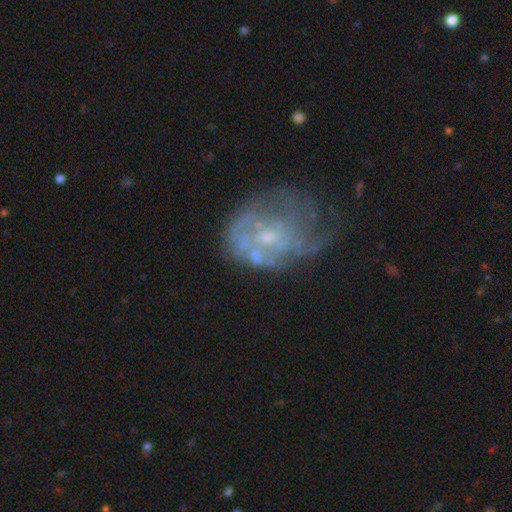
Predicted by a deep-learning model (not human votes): Smooth or featured? Predicted: featured or disk (p=0.67). Edge-on disk? Predicted: no (p=0.98). Bar? Predicted: no (p=0.80). Spiral arms? Predicted: no (p=0.57). Bulge size? Predicted: small (p=0.56). Merging? Predicted: none (p=0.36).